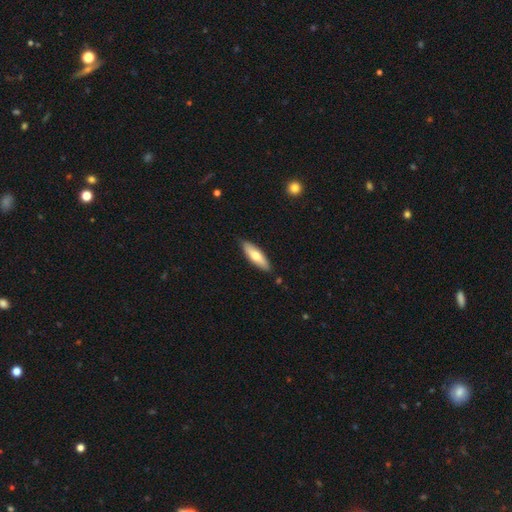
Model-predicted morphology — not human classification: type=smooth (67%); roundness=in between (51%); merging=none (85%).